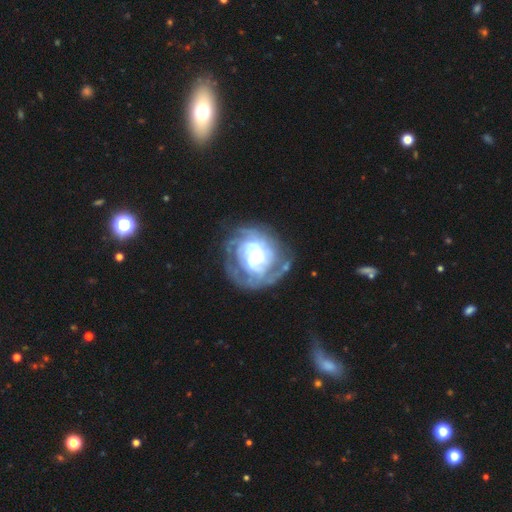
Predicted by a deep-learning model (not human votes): This is clearly a featured or disk galaxy (82%). It is clearly not viewed edge-on (98%). Bar: likely no (63%). Spiral arm pattern: clearly yes (91%). Spiral arm count: marginally can't tell (36%). Spiral winding: likely tight (61%). Central bulge: marginally small (42%). Merging: likely none (68%).